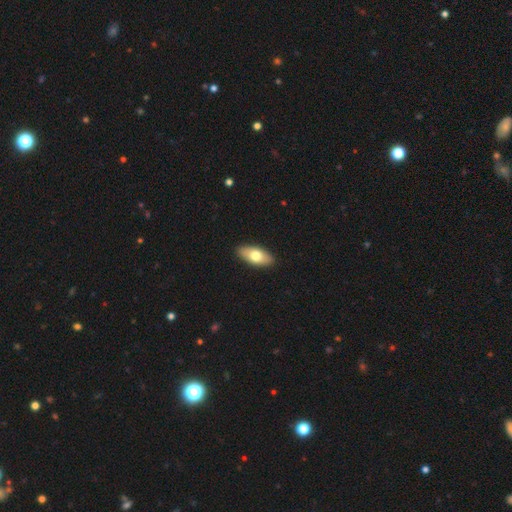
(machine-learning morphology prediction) This appears to be a smooth galaxy with no disk features (71%) that is in between round and cigar-shaped (87%). Merging: none (90%).